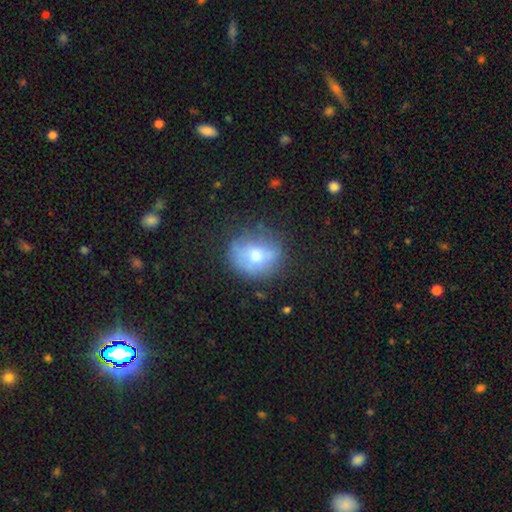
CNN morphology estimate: Smooth or featured: smooth — 61% (featured or disk — 30%)
How rounded: round — 68% (in between — 31%)
Merging: none — 60% (minor disturbance — 24%)